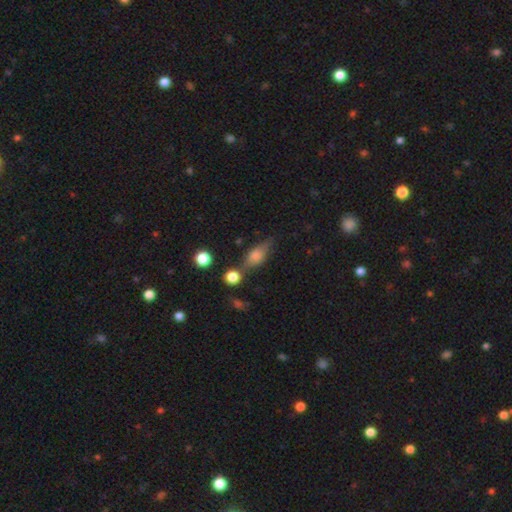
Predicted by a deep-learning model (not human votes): This is possibly a smooth galaxy (55%). How rounded: likely in between (64%). Merging: possibly none (57%).